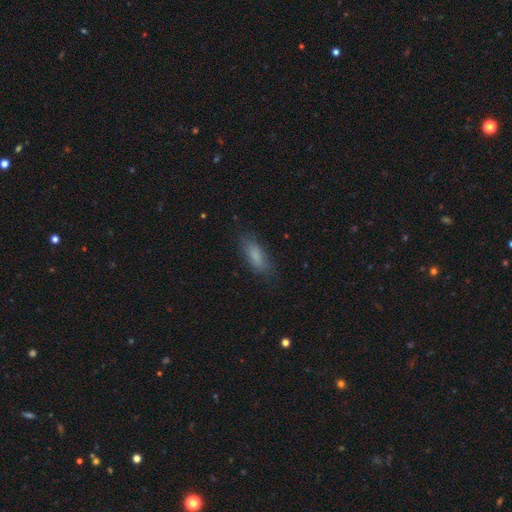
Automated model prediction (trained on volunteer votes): Q: Smooth or featured?
A: smooth (80%); runner-up: featured or disk (12%)
Q: How rounded?
A: in between (62%); runner-up: cigar-shaped (36%)
Q: Merging?
A: none (76%); runner-up: minor disturbance (17%)